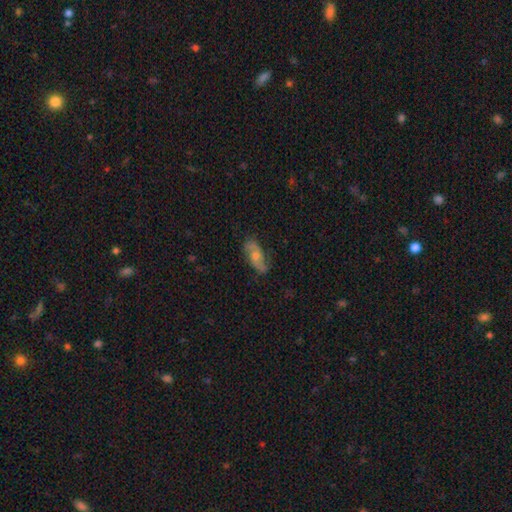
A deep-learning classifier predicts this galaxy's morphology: A featured or disk galaxy (66%) with no bar (67%), 2 (88%) loose (45%) spiral arms (89%) and a moderate central bulge (58%). Merging: none (79%).